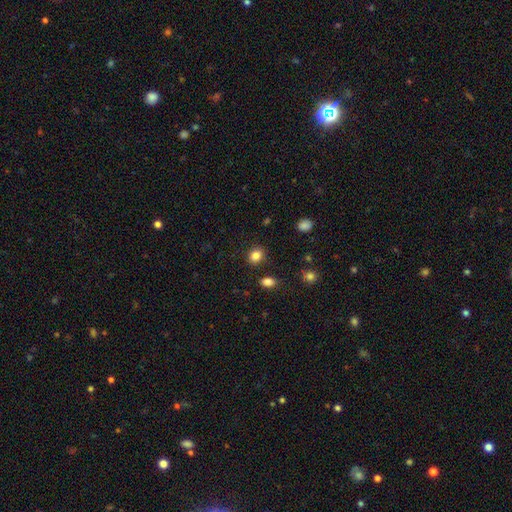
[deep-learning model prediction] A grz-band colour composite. It shows a smooth galaxy with no disk features (85%) that is round (66%). Merging: none (87%).